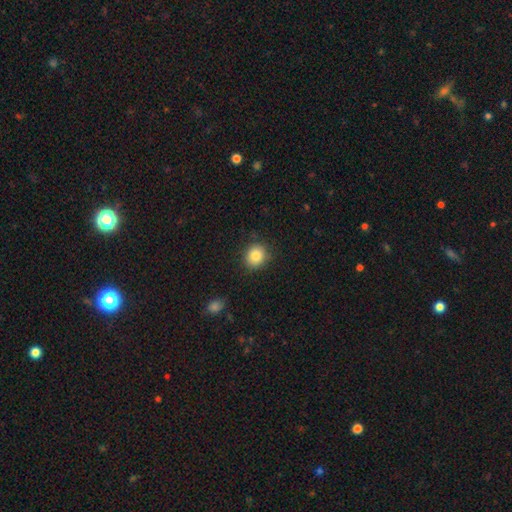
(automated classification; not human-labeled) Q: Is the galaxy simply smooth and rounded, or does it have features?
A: smooth — 84%.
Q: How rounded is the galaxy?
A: round — 76%.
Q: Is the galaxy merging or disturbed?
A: none — 86%.